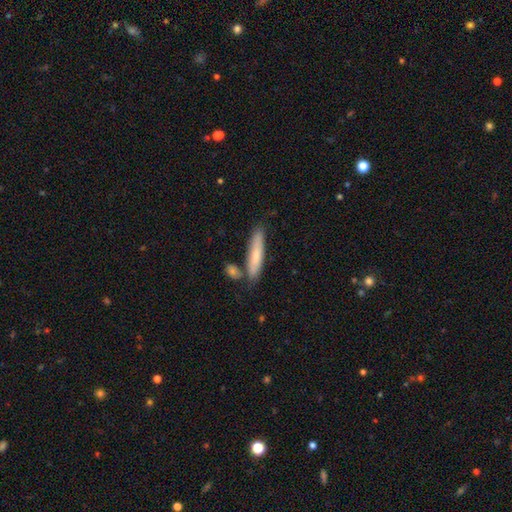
This appears to be a smooth galaxy with no disk features (72%) that is cigar-shaped (92%). Merging: none (59%).